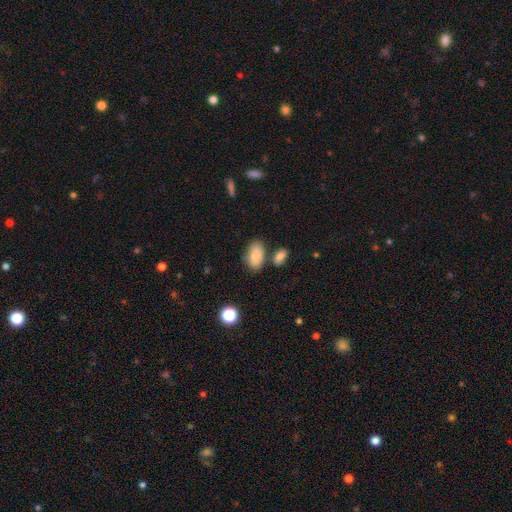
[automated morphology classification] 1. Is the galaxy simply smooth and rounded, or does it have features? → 85% smooth, 8% star or artifact, 7% featured or disk.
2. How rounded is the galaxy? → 92% in between, 7% round, 2% cigar-shaped.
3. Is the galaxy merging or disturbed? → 65% none, 17% minor disturbance, 13% merger, 5% major disturbance.